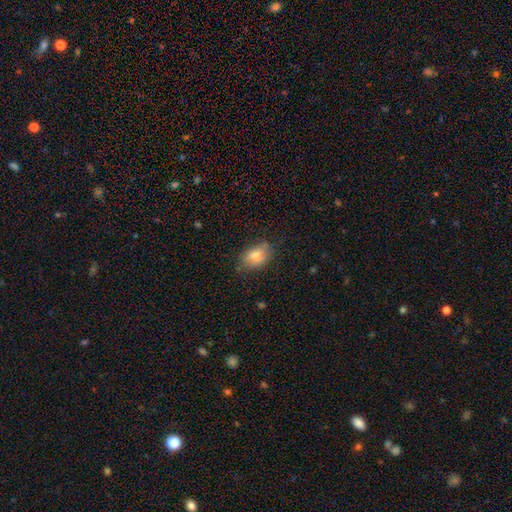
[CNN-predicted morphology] Q: Smooth or featured?
A: smooth (74%); runner-up: featured or disk (17%)
Q: How rounded?
A: in between (81%); runner-up: round (17%)
Q: Merging?
A: none (69%); runner-up: minor disturbance (23%)